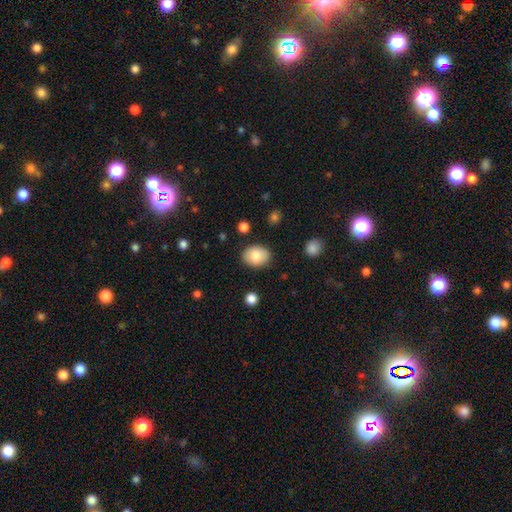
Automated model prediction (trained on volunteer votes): Smooth or featured? smooth (82%)
How rounded? in between (62%)
Merging? none (87%)